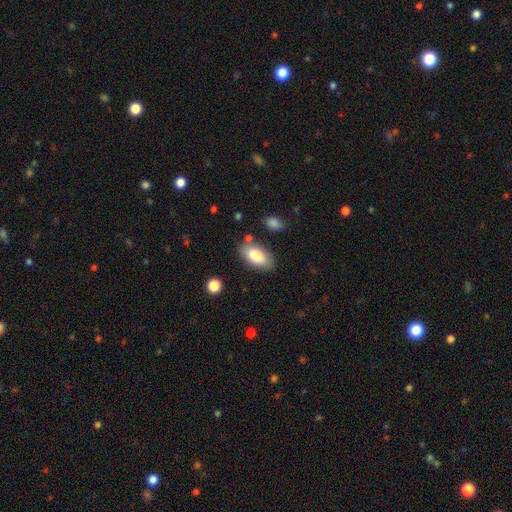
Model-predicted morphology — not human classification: Smooth or featured? Predicted: smooth (p=0.84). How rounded? Predicted: in between (p=0.93). Merging? Predicted: none (p=0.80).